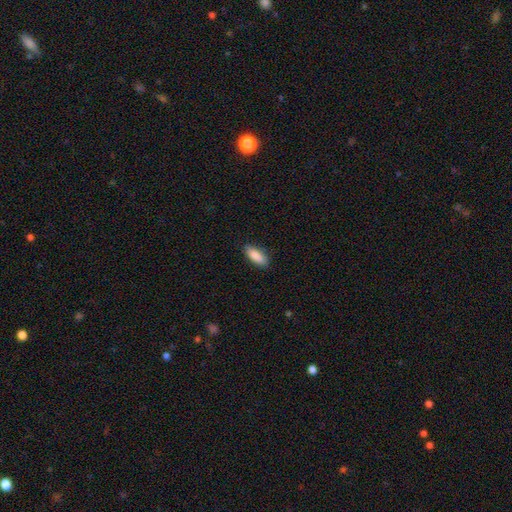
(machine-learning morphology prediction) type=smooth (87%); roundness=in between (73%); merging=none (86%).